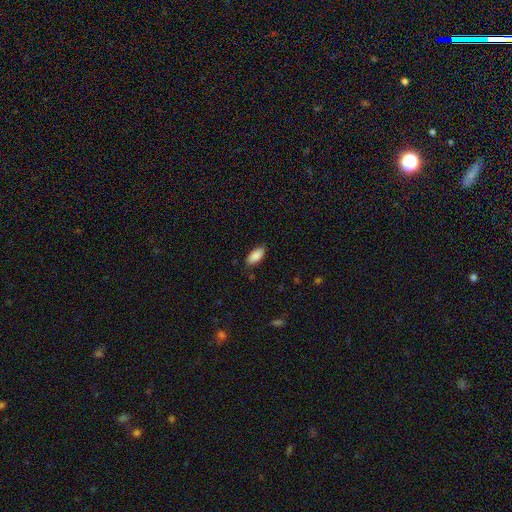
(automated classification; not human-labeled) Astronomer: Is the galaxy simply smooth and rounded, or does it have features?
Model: smooth — 89%.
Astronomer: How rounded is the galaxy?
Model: in between — 89%.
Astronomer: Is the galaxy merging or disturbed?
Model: none — 84%.